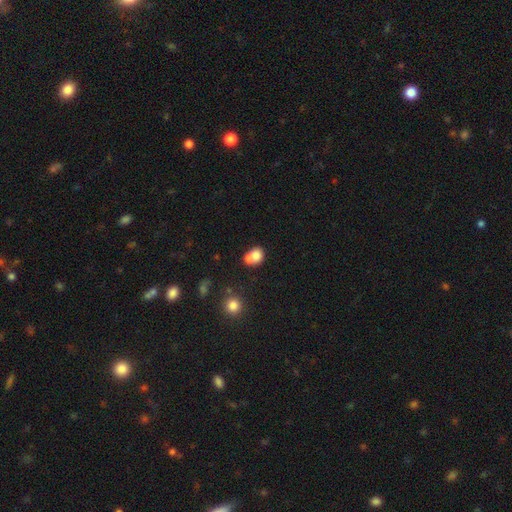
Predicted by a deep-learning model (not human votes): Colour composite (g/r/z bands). It shows a smooth galaxy with no disk features (74%) that is round (65%). Merging: merger (54%).